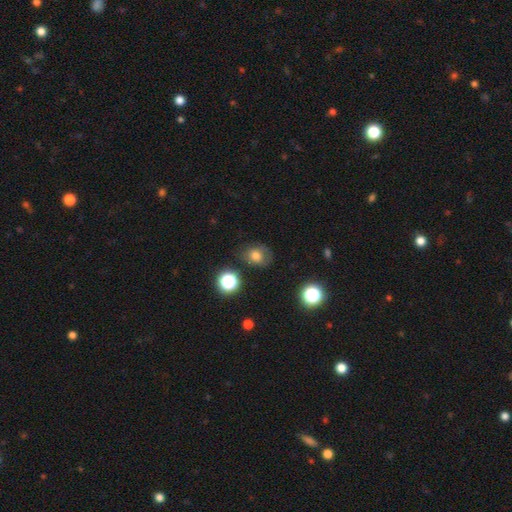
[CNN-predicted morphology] This appears to be a smooth galaxy with no disk features (71%) that is round (55%). Merging: none (67%).